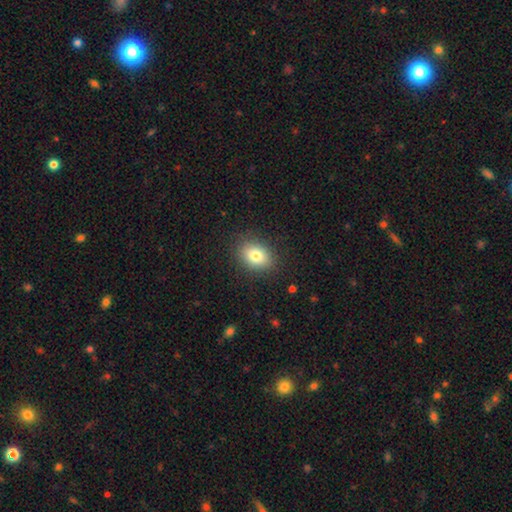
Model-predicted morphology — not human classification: A smooth galaxy with no disk features (80%) that is in between round and cigar-shaped (63%).

Vote fractions:
- Smooth or featured? smooth: 80% / featured or disk: 10% / star or artifact: 10%
- How rounded? in between: 63% / round: 36% / cigar-shaped: 1%
- Merging? none: 87% / minor disturbance: 9% / major disturbance: 3% / merger: 1%